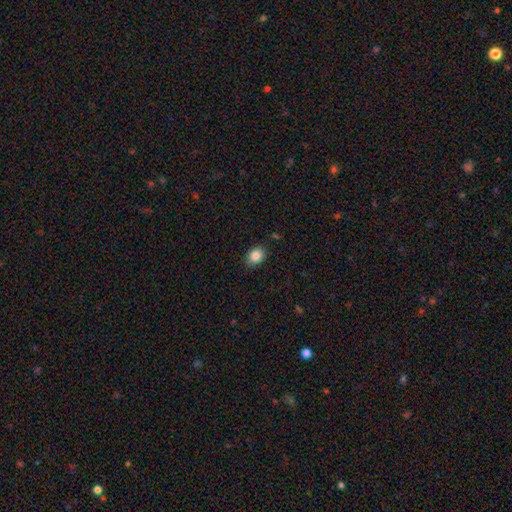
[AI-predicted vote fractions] Morphology: type=smooth (85%); roundness=in between (59%); merging=none (84%).